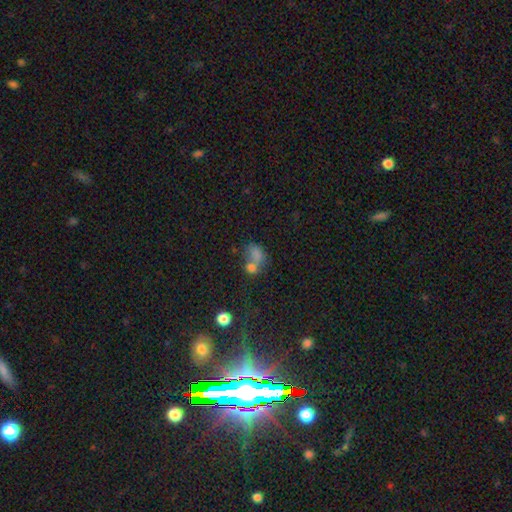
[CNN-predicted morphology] This appears to be a smooth galaxy with no disk features (70%) that is in between round and cigar-shaped (64%). Merging: merger (55%).